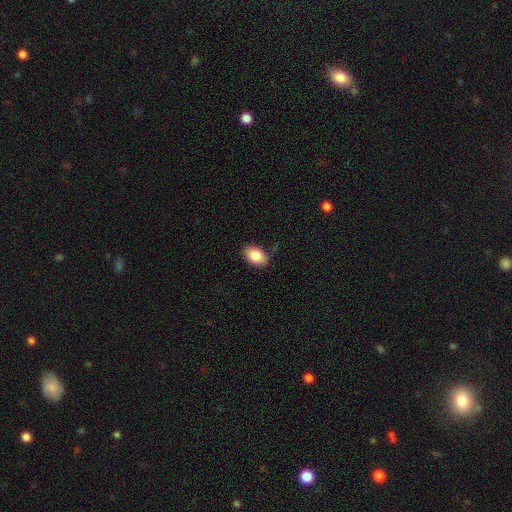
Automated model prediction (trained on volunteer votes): Overall: smooth (87%). How rounded: in between (87%). Merging: none (83%).